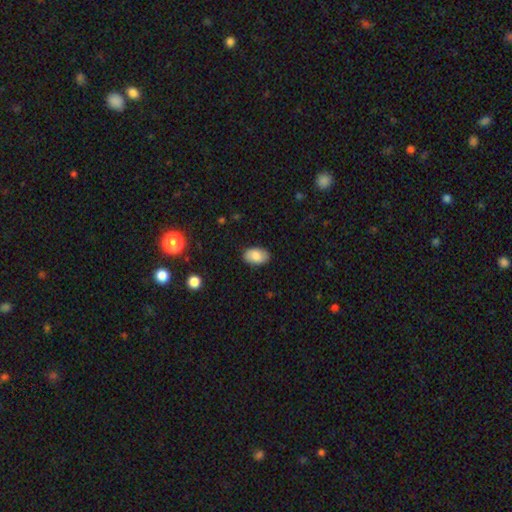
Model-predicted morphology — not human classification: This appears to be a smooth galaxy with no disk features (83%) that is in between round and cigar-shaped (91%). Merging: none (86%).